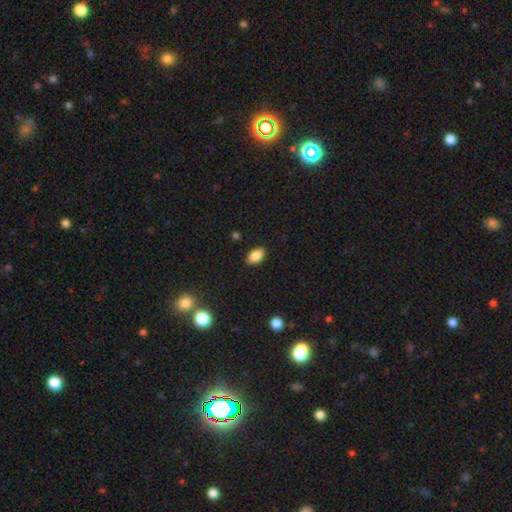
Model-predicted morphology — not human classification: smooth 86%, star or artifact 9%, featured or disk 5%. Down the decision tree: how rounded — in between (91%); merging — none (88%).